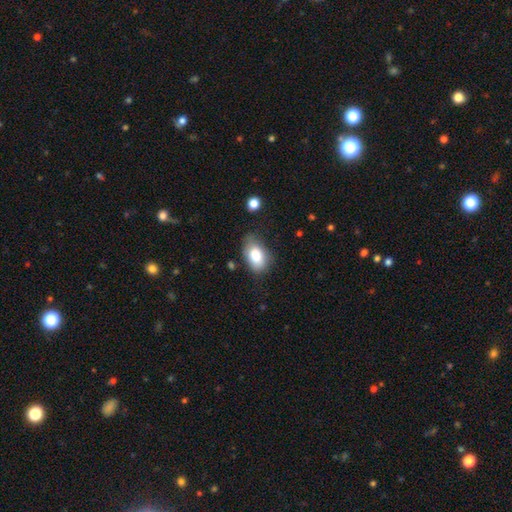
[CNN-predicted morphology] smooth_or_featured: smooth (p=0.83) [alt: featured or disk p=0.10]
how_rounded: in between (p=0.89) [alt: round p=0.10]
merging: none (p=0.63) [alt: minor disturbance p=0.27]